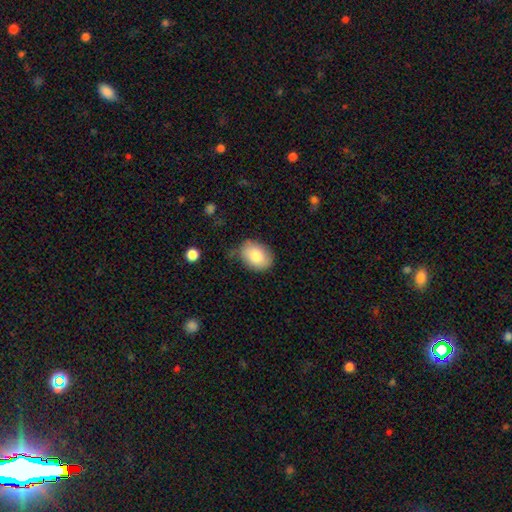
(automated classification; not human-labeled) A smooth galaxy with no disk features (82%) that is in between round and cigar-shaped (74%).

Vote fractions:
- Smooth or featured? smooth: 82% / featured or disk: 11% / star or artifact: 7%
- How rounded? in between: 74% / round: 25% / cigar-shaped: 1%
- Merging? none: 72% / minor disturbance: 21% / major disturbance: 5% / merger: 2%